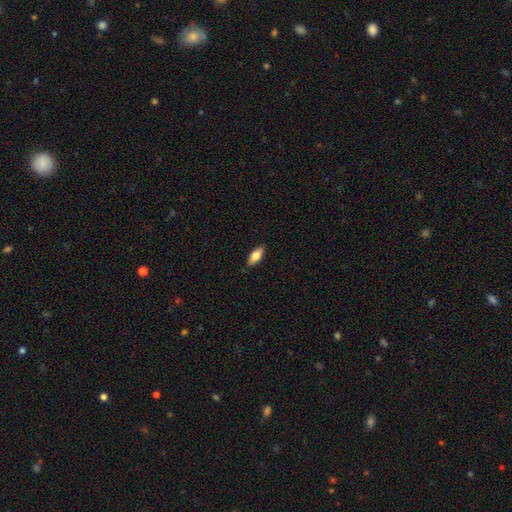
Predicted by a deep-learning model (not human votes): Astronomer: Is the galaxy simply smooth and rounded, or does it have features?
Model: smooth — 68%.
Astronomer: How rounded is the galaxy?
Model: in between — 73%.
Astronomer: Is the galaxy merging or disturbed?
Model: none — 85%.